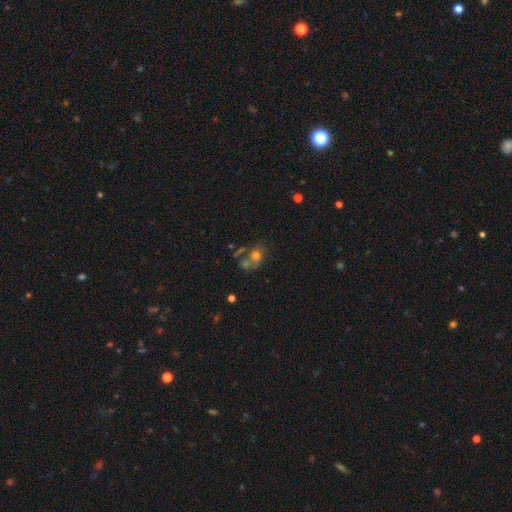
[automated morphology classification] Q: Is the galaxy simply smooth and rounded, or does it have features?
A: smooth — 61%.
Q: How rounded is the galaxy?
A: round — 59%.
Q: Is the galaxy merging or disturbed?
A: merger — 38%.